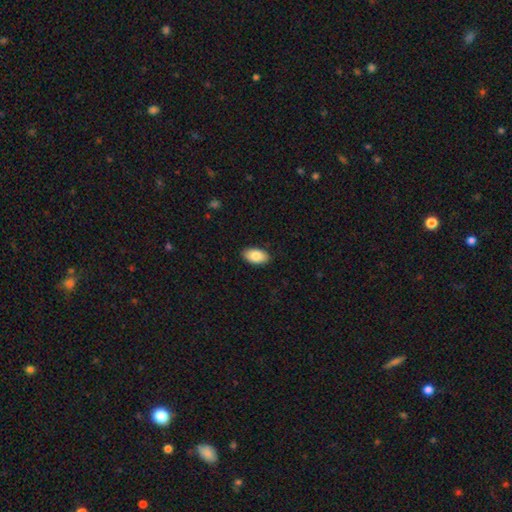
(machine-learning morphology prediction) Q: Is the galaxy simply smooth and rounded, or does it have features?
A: smooth — 86%.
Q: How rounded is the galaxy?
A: in between — 95%.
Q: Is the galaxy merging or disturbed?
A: none — 88%.